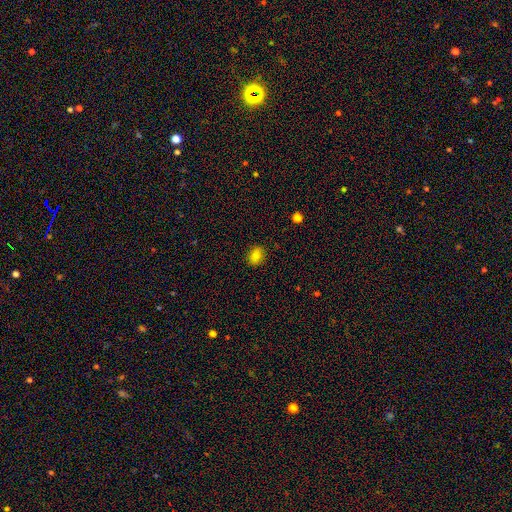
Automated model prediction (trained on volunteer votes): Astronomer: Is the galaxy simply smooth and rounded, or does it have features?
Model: smooth — 81%.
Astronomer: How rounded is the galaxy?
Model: in between — 61% (runner-up: round, 38%).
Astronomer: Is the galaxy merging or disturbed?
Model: none — 88%.